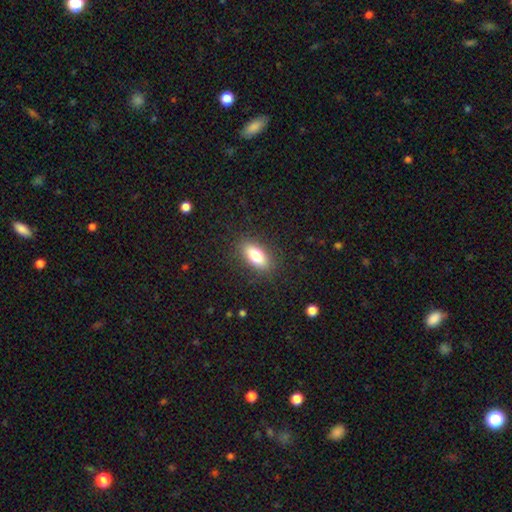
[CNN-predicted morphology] This is likely a smooth galaxy (78%). How rounded: clearly in between (82%). Merging: clearly none (86%).